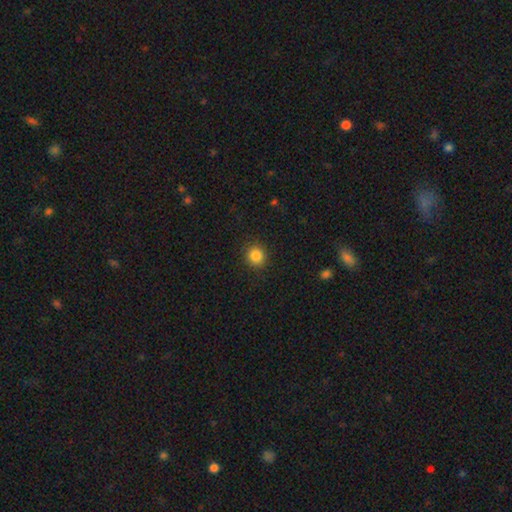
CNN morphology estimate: Overall: smooth (85%). How rounded: round (89%). Merging: none (90%).